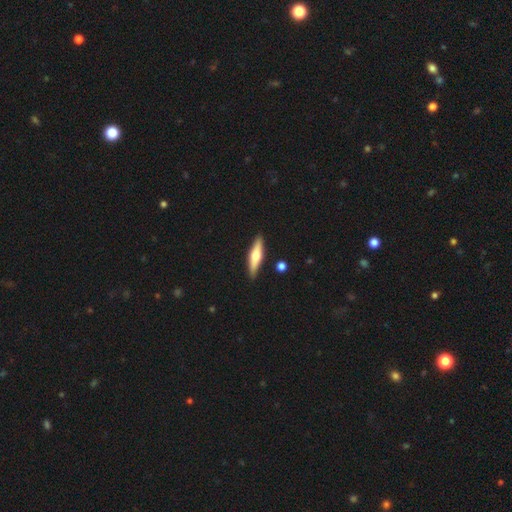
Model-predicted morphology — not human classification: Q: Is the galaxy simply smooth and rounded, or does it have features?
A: featured or disk — 50%.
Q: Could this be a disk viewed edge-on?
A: yes — 93%.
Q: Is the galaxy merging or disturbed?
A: none — 88%.